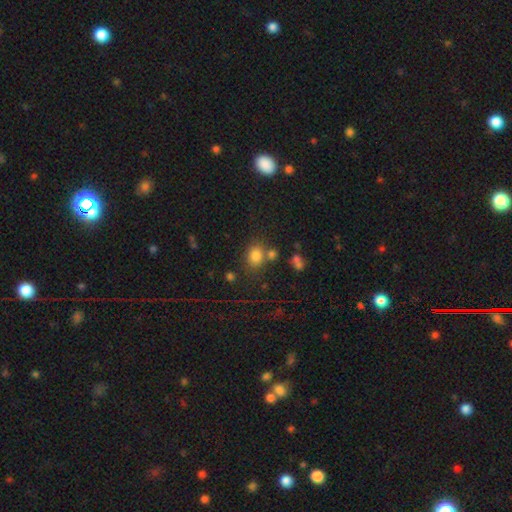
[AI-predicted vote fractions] Morphology: type=smooth (79%); roundness=in between (51%); merging=none (65%).